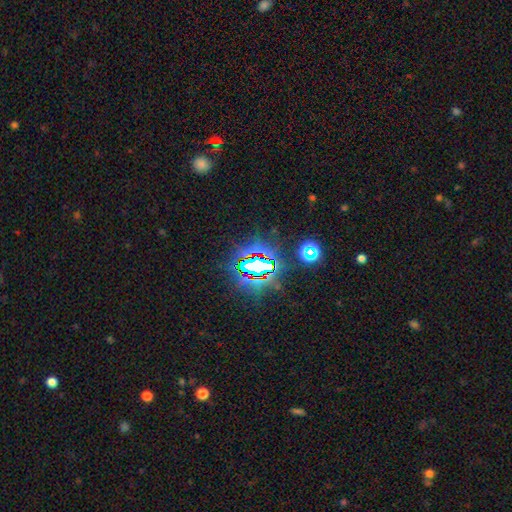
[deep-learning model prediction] smooth-or-featured: star or artifact: 76% | smooth: 14% | featured or disk: 10%